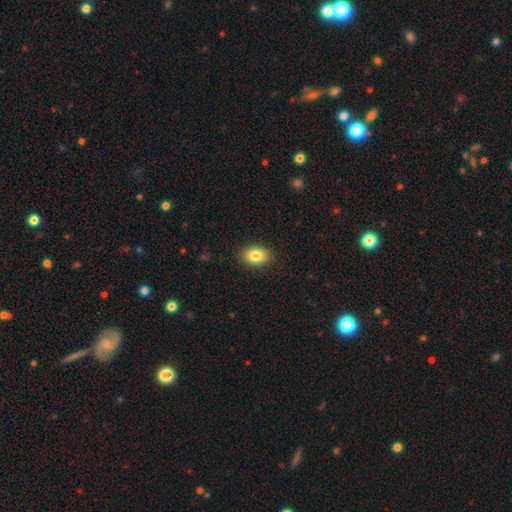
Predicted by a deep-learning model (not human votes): Smooth or featured? smooth (84%)
How rounded? in between (79%)
Merging? none (89%)